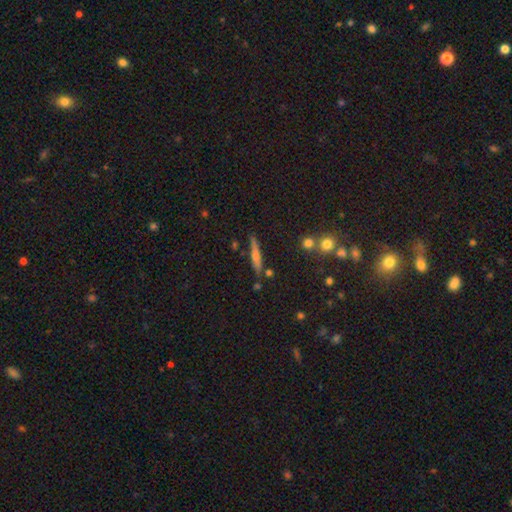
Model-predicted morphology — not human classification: The model was most divided on "smooth or featured": featured or disk: 46%, smooth: 44%, star or artifact: 10%. More confident: merging — none (78%).